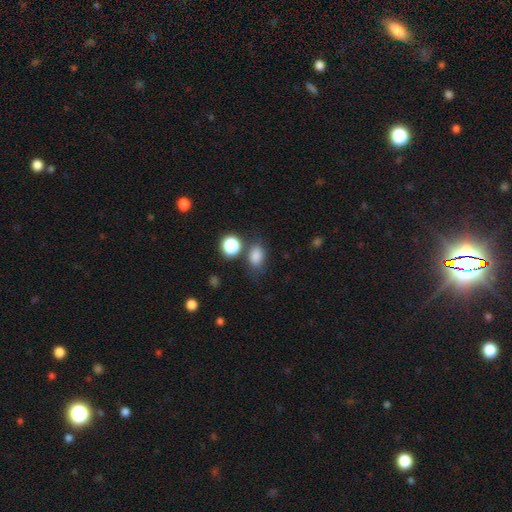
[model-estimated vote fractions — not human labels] Smooth or featured? Predicted: smooth (p=0.81). How rounded? Predicted: in between (p=0.72). Merging? Predicted: none (p=0.68).